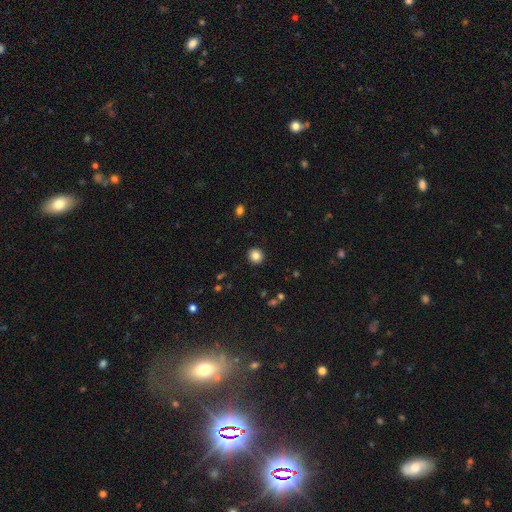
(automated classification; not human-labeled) smooth-or-featured: smooth: 84% | star or artifact: 10% | featured or disk: 6%
  how-rounded: round: 87% | in between: 12% | cigar-shaped: 1%
  merging: none: 92% | minor disturbance: 5% | major disturbance: 2% | merger: 1%